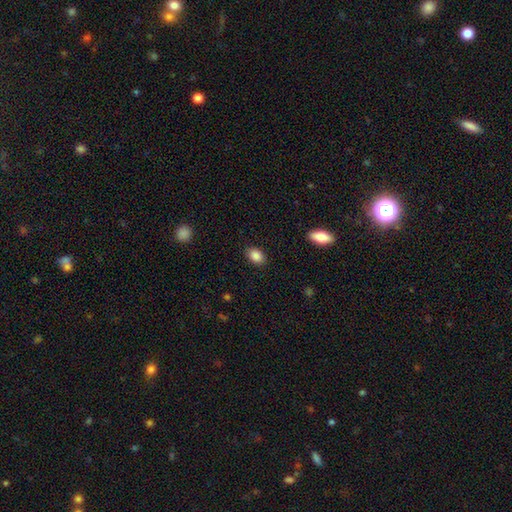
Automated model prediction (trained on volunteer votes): Q: Smooth or featured?
A: smooth (87%); runner-up: star or artifact (8%)
Q: How rounded?
A: in between (78%); runner-up: round (20%)
Q: Merging?
A: none (87%); runner-up: minor disturbance (9%)